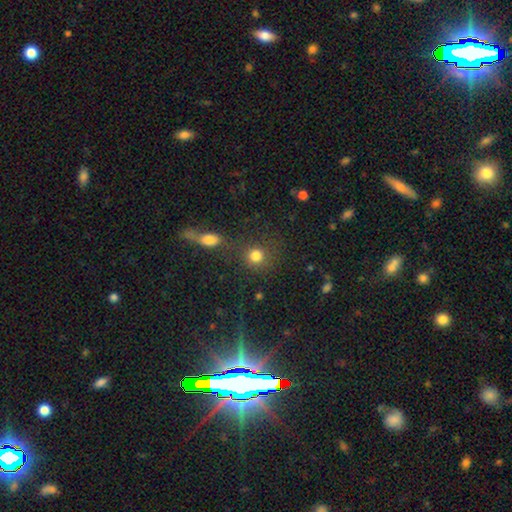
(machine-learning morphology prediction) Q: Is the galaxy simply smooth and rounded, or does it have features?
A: smooth — 79%.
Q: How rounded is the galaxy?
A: round — 88%.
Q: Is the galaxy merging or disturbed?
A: none — 67%.